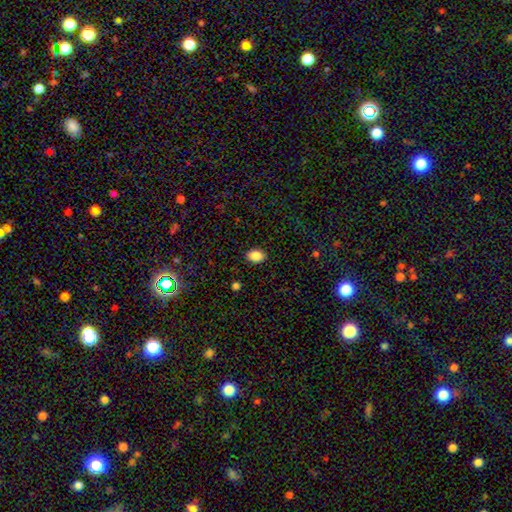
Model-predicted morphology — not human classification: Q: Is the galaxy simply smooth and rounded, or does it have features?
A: smooth — 87%.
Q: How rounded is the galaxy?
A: in between — 75%.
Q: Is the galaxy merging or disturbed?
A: none — 89%.